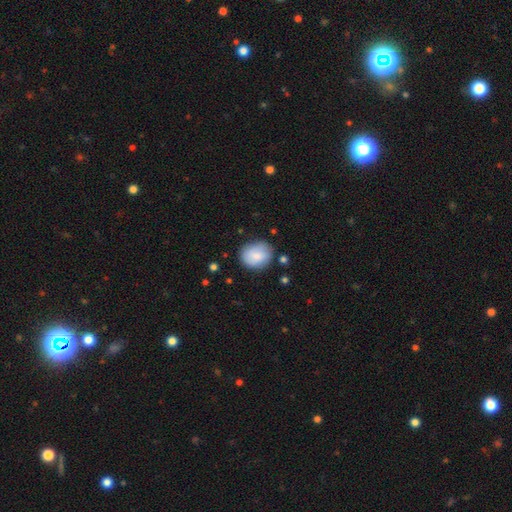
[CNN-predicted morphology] Q: Smooth or featured?
A: smooth (82%); runner-up: featured or disk (11%)
Q: How rounded?
A: round (57%); runner-up: in between (42%)
Q: Merging?
A: none (76%); runner-up: minor disturbance (17%)